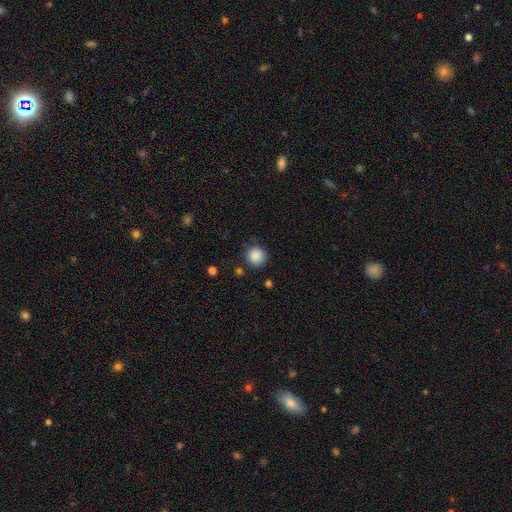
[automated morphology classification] Smooth or featured? smooth (88%)
How rounded? round (92%)
Merging? none (83%)